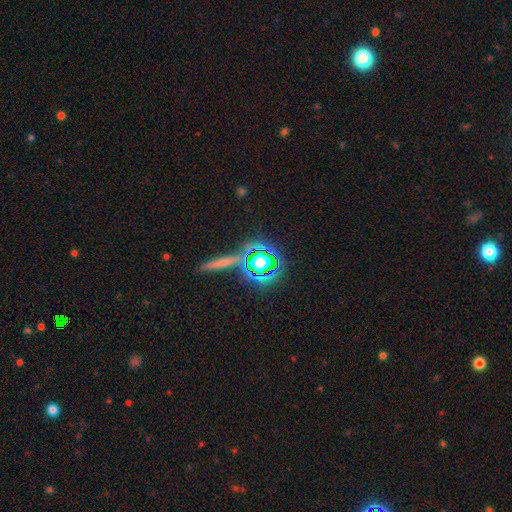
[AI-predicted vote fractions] Smooth or featured: star or artifact — 71% (smooth — 16%)